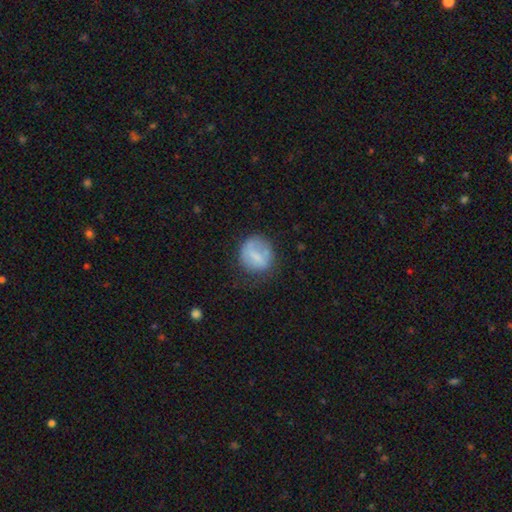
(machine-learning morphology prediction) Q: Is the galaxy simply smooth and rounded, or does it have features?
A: smooth — 67%.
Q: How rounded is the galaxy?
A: round — 81%.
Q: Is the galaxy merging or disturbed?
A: none — 60%.